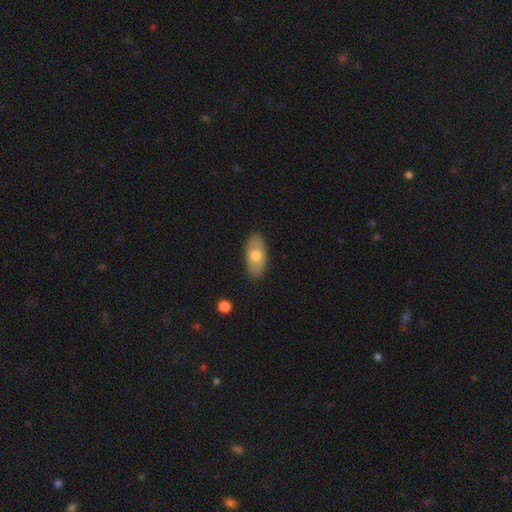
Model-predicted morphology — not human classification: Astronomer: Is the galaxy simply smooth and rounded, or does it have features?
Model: smooth — 67%.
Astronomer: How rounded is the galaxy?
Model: in between — 91%.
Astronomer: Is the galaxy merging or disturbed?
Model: none — 87%.